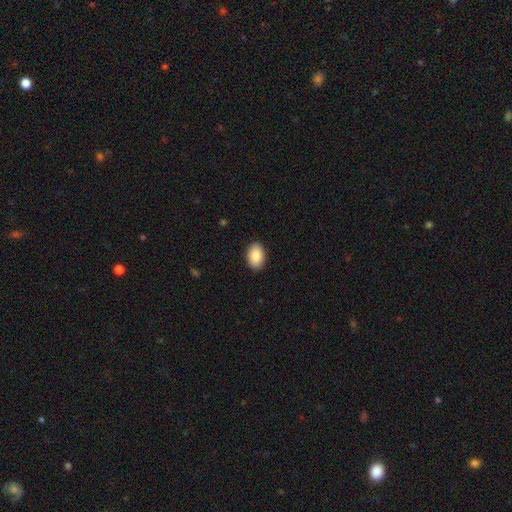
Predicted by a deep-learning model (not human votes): Overall: smooth (89%). How rounded: in between (89%). Merging: none (90%).